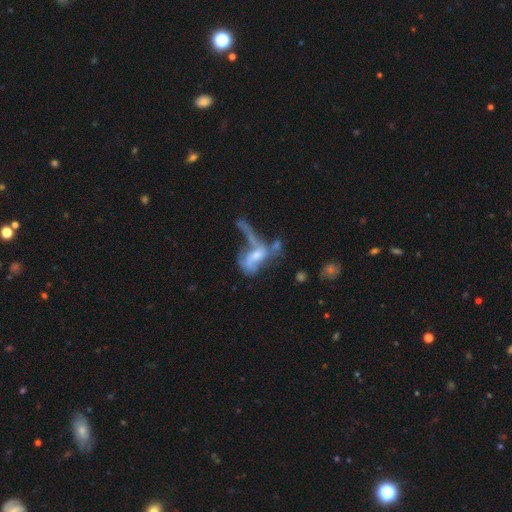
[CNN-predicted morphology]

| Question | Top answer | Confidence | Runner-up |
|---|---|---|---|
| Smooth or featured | featured or disk | 57% | smooth (32%) |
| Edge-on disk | no | 92% | yes (8%) |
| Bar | no | 66% | weak (25%) |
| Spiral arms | no | 55% | yes (45%) |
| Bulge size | moderate | 39% | small (33%) |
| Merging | major disturbance | 42% | merger (35%) |